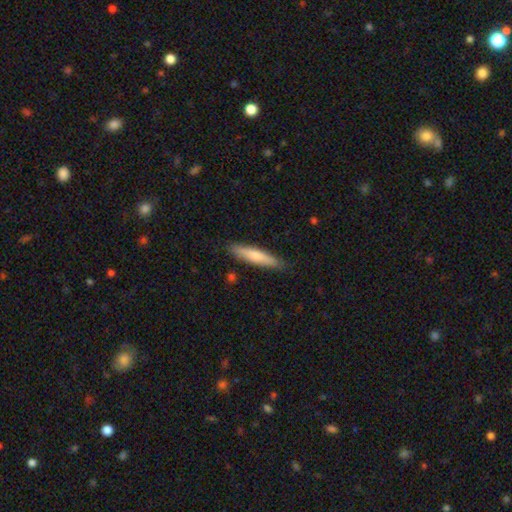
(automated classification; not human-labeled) The model was most divided on "smooth or featured": smooth: 67%, featured or disk: 28%, star or artifact: 5%. More confident: how rounded — cigar-shaped (88%); merging — none (87%).